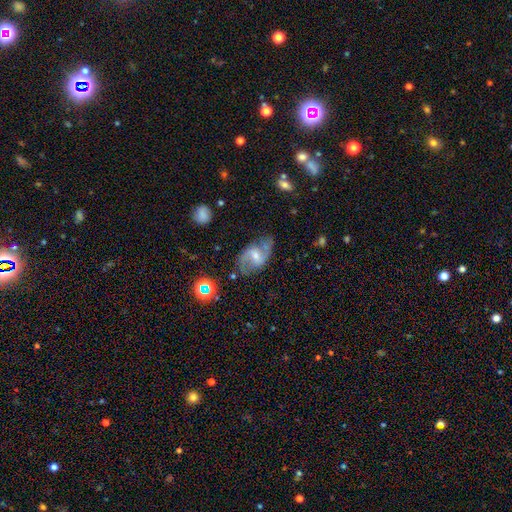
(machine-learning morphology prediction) A featured or disk galaxy (80%) with a weak bar (52%), 2 (91%) loose (46%) spiral arms (93%) and a moderate central bulge (46%, tied with small).

Vote fractions:
- Smooth or featured? featured or disk: 80% / smooth: 12% / star or artifact: 7%
- Edge-on disk? no: 96% / yes: 4%
- Bar? weak: 52% / strong: 24% / no: 24%
- Spiral arms? yes: 93% / no: 7%
- Spiral winding? loose: 46% / medium: 43% / tight: 11%
- Spiral arm count? 2: 91% / can't tell: 4% / 1: 2% / 3: 1% / 4: 1% / more than 4: 1%
- Bulge size? moderate: 46% (tied) / small: 46% (tied) / none: 4% / large: 3% / dominant: 1%
- Merging? none: 74% / minor disturbance: 17% / major disturbance: 6% / merger: 2%